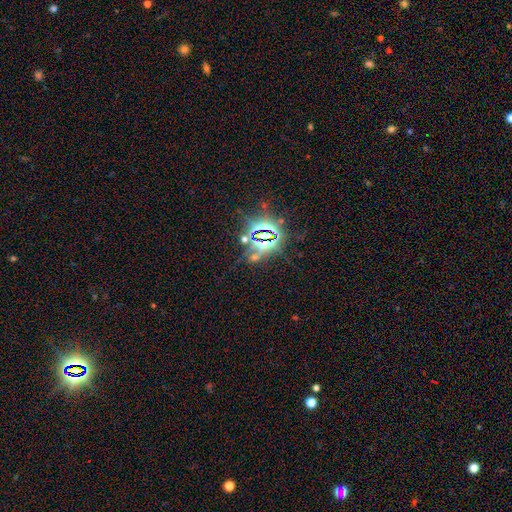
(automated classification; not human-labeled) Smooth or featured? star or artifact (84%)